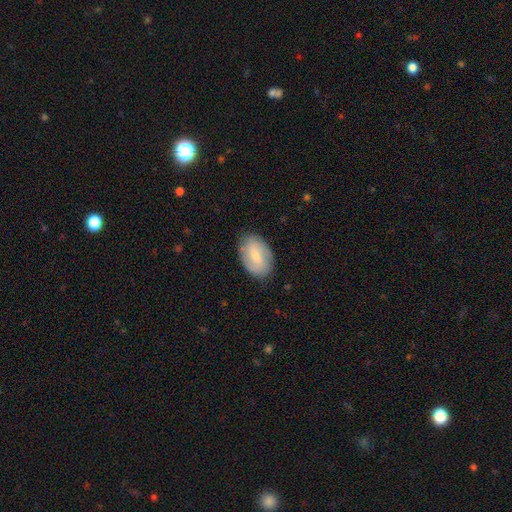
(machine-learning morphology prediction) Smooth or featured?
  - smooth: 55% *
  - featured or disk: 38%
  - star or artifact: 6%
How rounded?
  - in between: 89% *
  - round: 9%
  - cigar-shaped: 2%
Merging?
  - none: 83% *
  - minor disturbance: 13%
  - major disturbance: 3%
  - merger: 1%